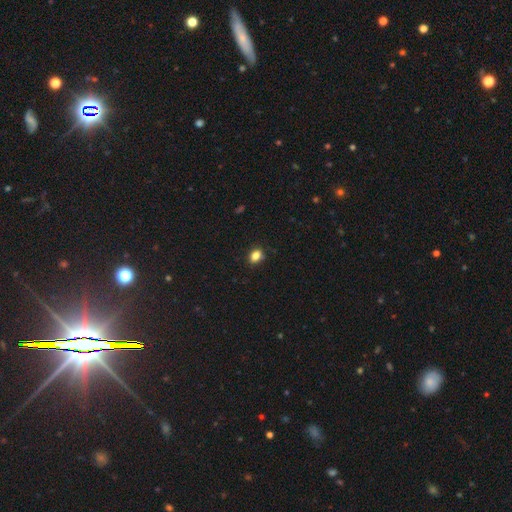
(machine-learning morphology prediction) Smooth or featured?
  - smooth: 84% *
  - star or artifact: 11%
  - featured or disk: 5%
How rounded?
  - in between: 63% *
  - round: 36%
  - cigar-shaped: 1%
Merging?
  - none: 84% *
  - minor disturbance: 12%
  - major disturbance: 2%
  - merger: 1%